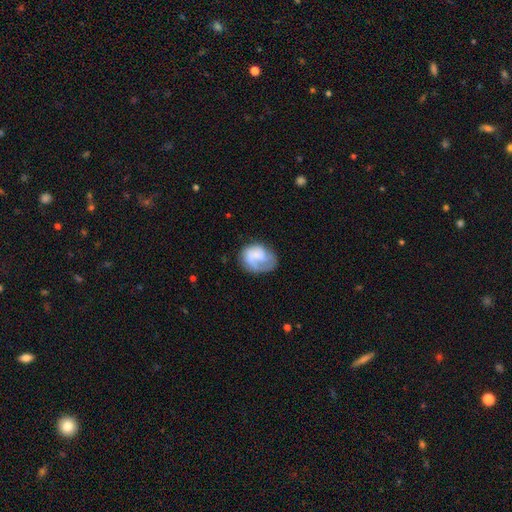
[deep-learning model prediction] Smooth or featured? Predicted: featured or disk (p=0.47). Merging? Predicted: none (p=0.48).